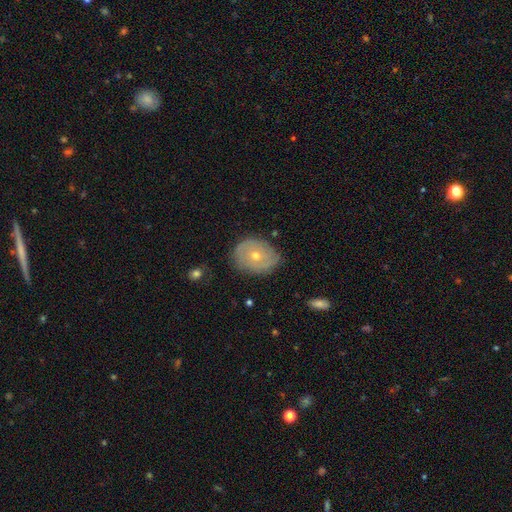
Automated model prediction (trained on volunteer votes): Morphology: type=featured or disk (55%); edge-on=no (94%); bar=no (87%); spiral arms=no (53%); bulge=moderate (51%); merging=none (76%).